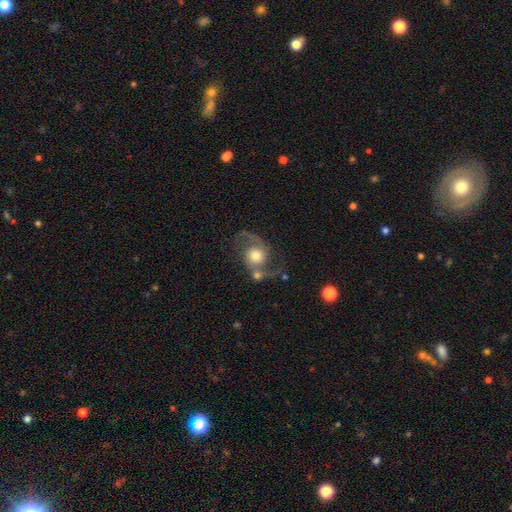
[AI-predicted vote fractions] This is clearly a featured or disk galaxy (80%). It is clearly not viewed edge-on (97%). Bar: likely no (76%). Spiral arm pattern: clearly yes (94%). Spiral arm count: clearly 2 (92%). Spiral winding: possibly loose (51%). Central bulge: possibly moderate (55%). Merging: possibly none (56%).